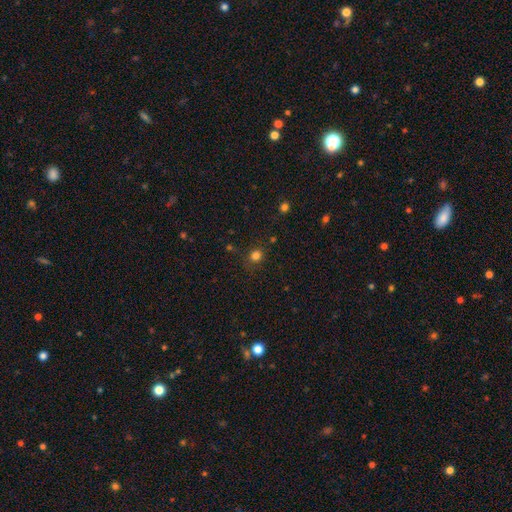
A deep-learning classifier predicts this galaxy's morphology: Smooth or featured? smooth (79%)
How rounded? round (83%)
Merging? none (83%)